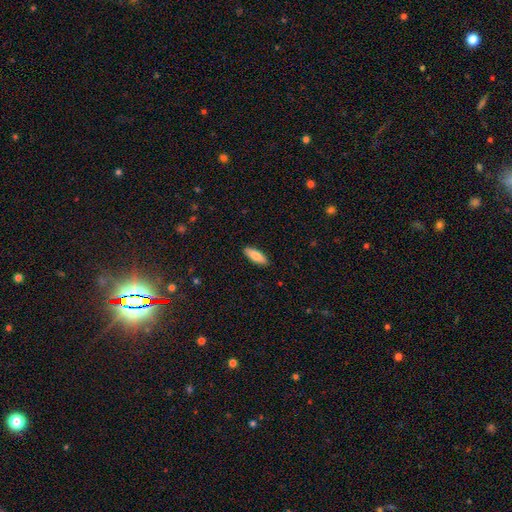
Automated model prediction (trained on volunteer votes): smooth 81%, featured or disk 13%, star or artifact 6%. Down the decision tree: how rounded — in between (63%); merging — none (89%).